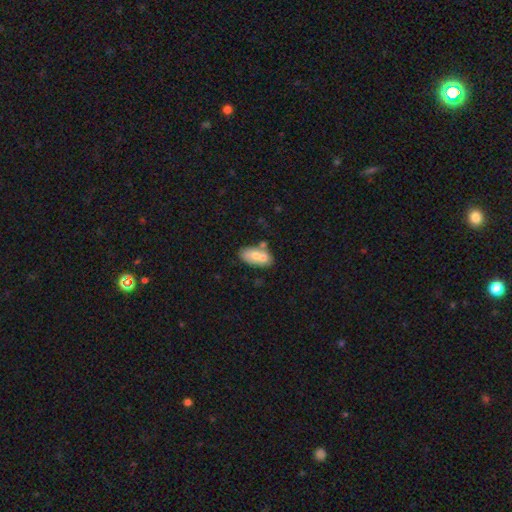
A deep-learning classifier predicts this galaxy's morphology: Q: Smooth or featured?
A: smooth (63%); runner-up: featured or disk (30%)
Q: How rounded?
A: in between (90%); runner-up: cigar-shaped (5%)
Q: Merging?
A: none (44%); runner-up: merger (33%)